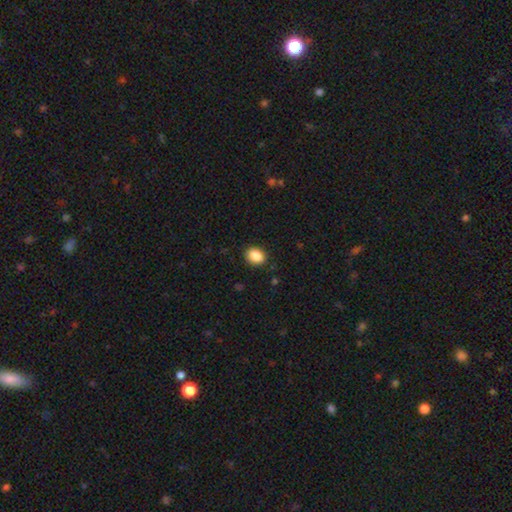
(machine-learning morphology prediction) Smooth or featured? smooth (88%)
How rounded? in between (63%)
Merging? none (89%)